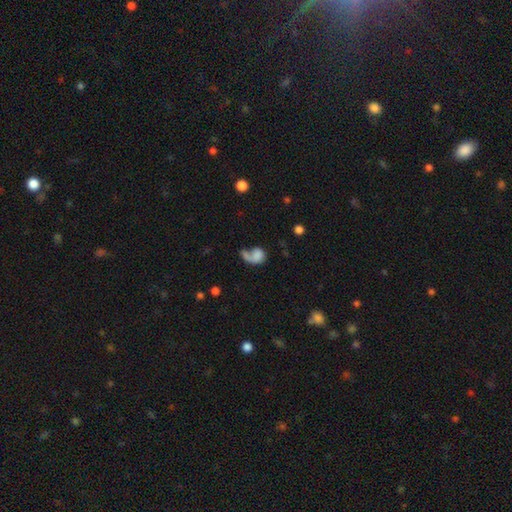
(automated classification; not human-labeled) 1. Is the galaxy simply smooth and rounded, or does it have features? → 64% smooth, 26% featured or disk, 9% star or artifact.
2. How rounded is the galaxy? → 50% in between, 47% round, 2% cigar-shaped.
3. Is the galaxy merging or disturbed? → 34% major disturbance, 28% none, 23% merger, 15% minor disturbance.